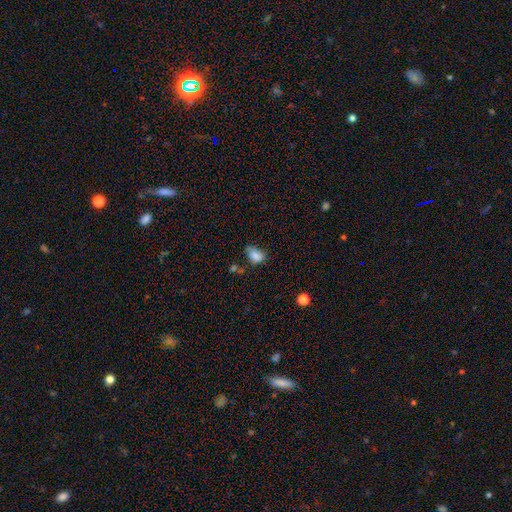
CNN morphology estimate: This is clearly a smooth galaxy (82%). How rounded: likely in between (77%). Merging: marginally none (44%).